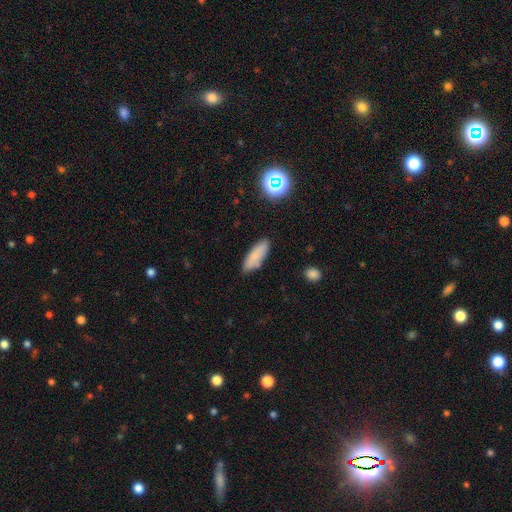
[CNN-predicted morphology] smooth-or-featured: smooth: 79% | featured or disk: 11% | star or artifact: 10%
  how-rounded: in between: 62% | cigar-shaped: 35% | round: 2%
  merging: none: 80% | minor disturbance: 14% | merger: 3% | major disturbance: 3%